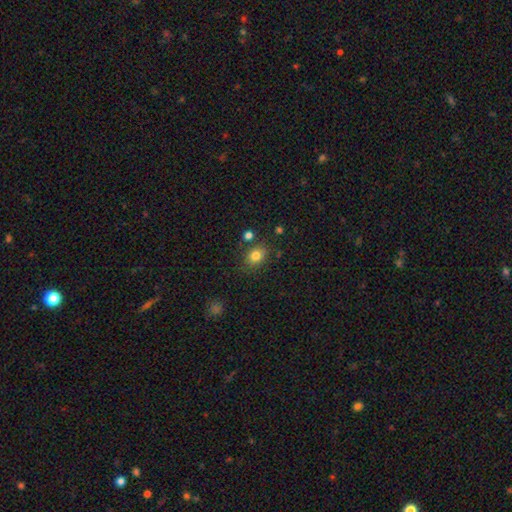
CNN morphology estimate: Smooth or featured? smooth (81%)
How rounded? in between (53%)
Merging? none (75%)